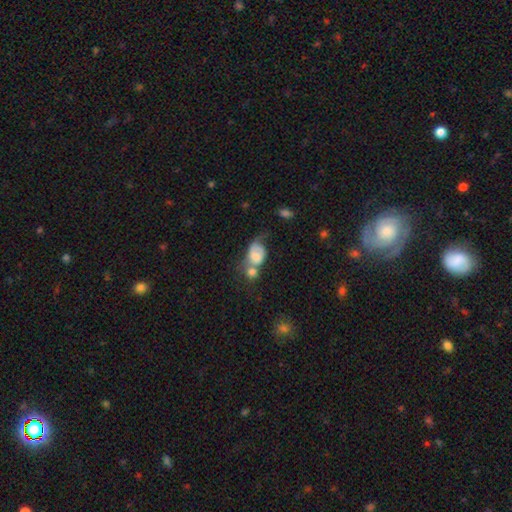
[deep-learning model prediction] Smooth or featured: smooth — 61% (featured or disk — 29%)
How rounded: in between — 74% (round — 24%)
Merging: merger — 47% (major disturbance — 19%)